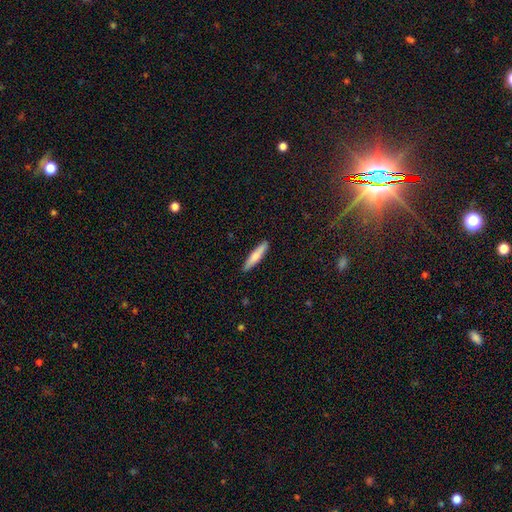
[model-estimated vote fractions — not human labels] Smooth or featured? Predicted: smooth (p=0.72). How rounded? Predicted: cigar-shaped (p=0.88). Merging? Predicted: none (p=0.90).